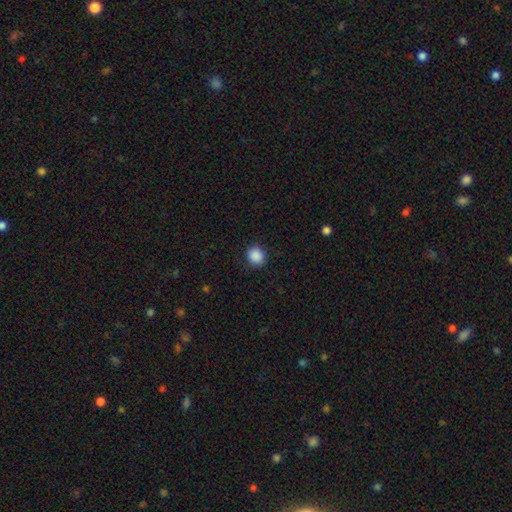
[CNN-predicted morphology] smooth_or_featured: smooth (p=0.89) [alt: star or artifact p=0.09]
how_rounded: round (p=0.83) [alt: in between p=0.16]
merging: none (p=0.89) [alt: minor disturbance p=0.07]